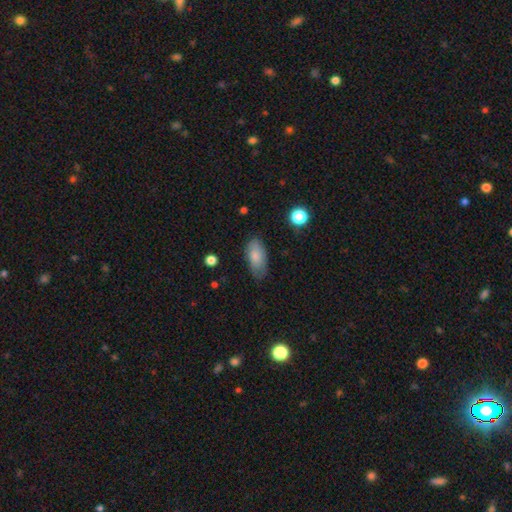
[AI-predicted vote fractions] Smooth or featured?
  - smooth: 82% *
  - featured or disk: 11%
  - star or artifact: 7%
How rounded?
  - in between: 91% *
  - cigar-shaped: 6%
  - round: 3%
Merging?
  - none: 70% *
  - minor disturbance: 23%
  - major disturbance: 6%
  - merger: 1%